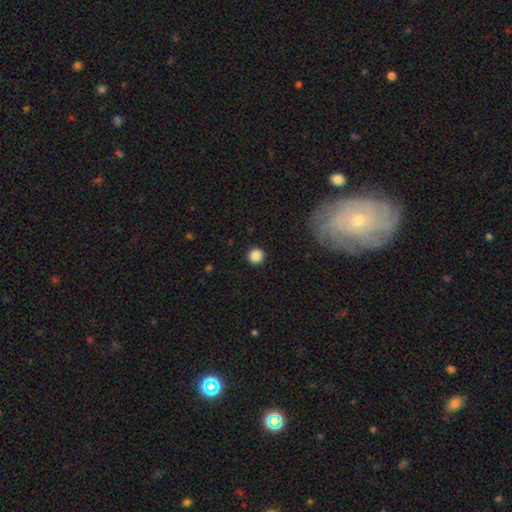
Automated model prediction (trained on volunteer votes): The model was most divided on "smooth or featured": smooth: 87%, star or artifact: 10%, featured or disk: 3%. More confident: how rounded — round (95%); merging — none (92%).